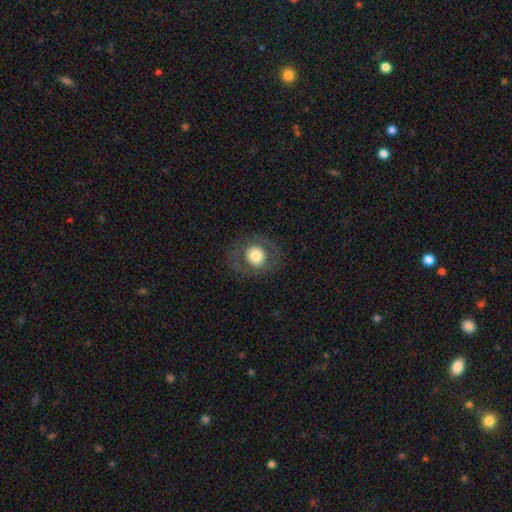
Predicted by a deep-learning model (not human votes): smooth 60%, featured or disk 31%, star or artifact 8%. Down the decision tree: how rounded — round (86%); merging — none (81%).